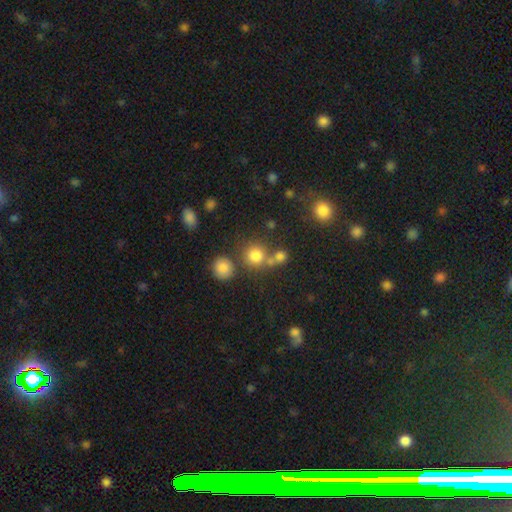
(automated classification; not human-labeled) smooth 77%, star or artifact 15%, featured or disk 8%. Down the decision tree: how rounded — round (90%); merging — none (62%).